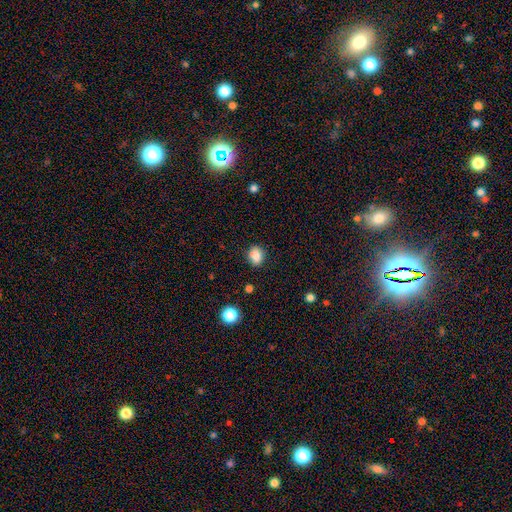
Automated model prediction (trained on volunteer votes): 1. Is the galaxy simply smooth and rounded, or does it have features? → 85% smooth, 10% star or artifact, 5% featured or disk.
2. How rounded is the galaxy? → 53% round, 45% in between, 1% cigar-shaped.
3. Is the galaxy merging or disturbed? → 82% none, 12% minor disturbance, 3% major disturbance, 3% merger.